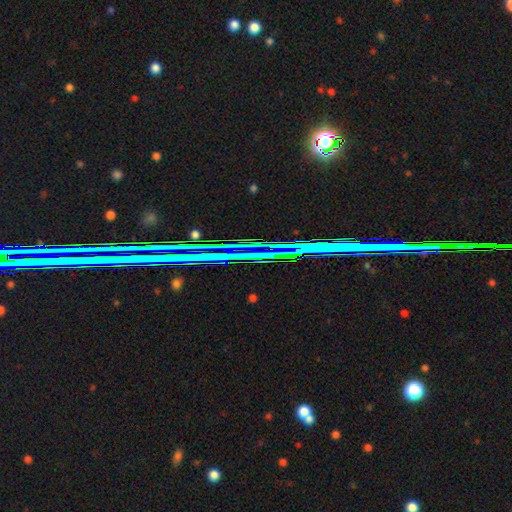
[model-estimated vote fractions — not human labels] A star or artifact, not a galaxy (74%).

Vote fractions:
- Smooth or featured? star or artifact: 74% / featured or disk: 16% / smooth: 10%